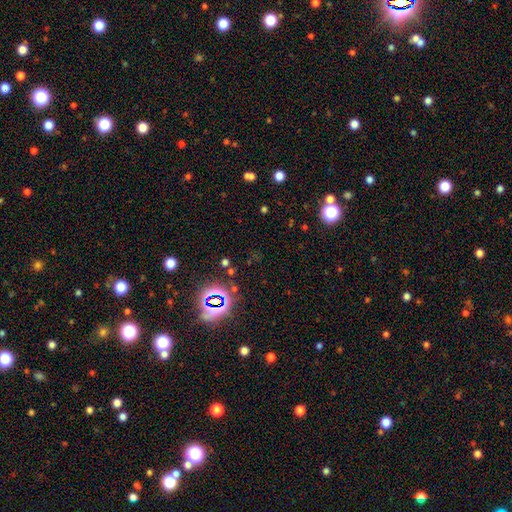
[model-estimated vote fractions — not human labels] The model was most divided on "smooth or featured": star or artifact: 72%, smooth: 18%, featured or disk: 9%.